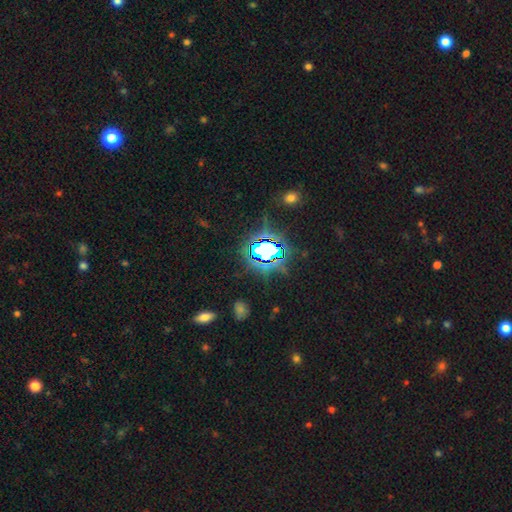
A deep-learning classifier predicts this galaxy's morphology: smooth-or-featured: star or artifact: 78% | smooth: 12% | featured or disk: 10%